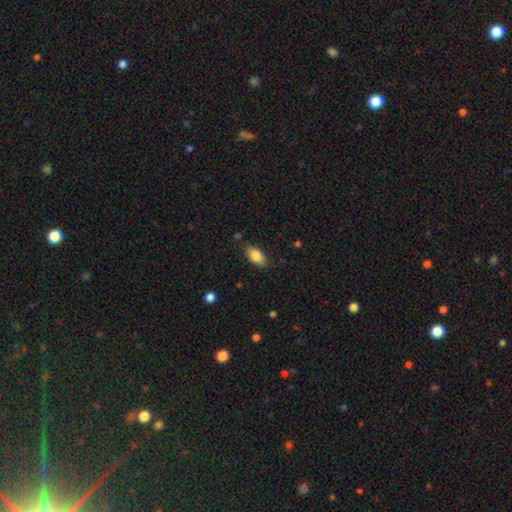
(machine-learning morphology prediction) Overall: smooth (83%). How rounded: in between (90%). Merging: none (84%).